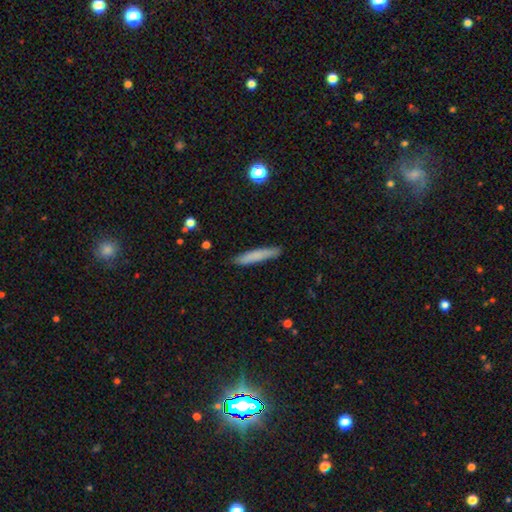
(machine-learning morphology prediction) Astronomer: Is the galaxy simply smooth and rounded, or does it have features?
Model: smooth — 76%.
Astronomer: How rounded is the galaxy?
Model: cigar-shaped — 92%.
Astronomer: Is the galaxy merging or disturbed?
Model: none — 86%.